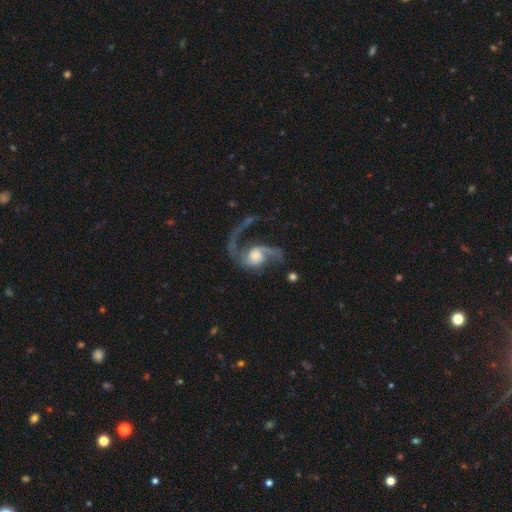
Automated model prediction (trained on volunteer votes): featured or disk 86%, smooth 8%, star or artifact 6%. Down the decision tree: edge-on disk — no (97%); bar — no (62%); spiral arms — yes (96%); spiral arm count — 2 (78%); spiral winding — loose (68%); bulge size — moderate (37%); merging — none (40%).